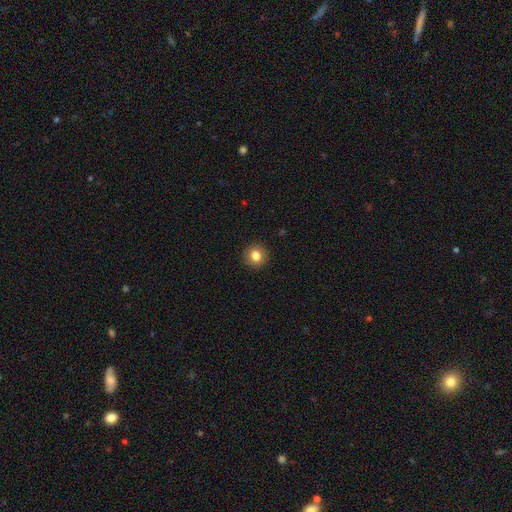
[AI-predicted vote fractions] Smooth or featured? Predicted: smooth (p=0.82). How rounded? Predicted: round (p=0.88). Merging? Predicted: none (p=0.92).